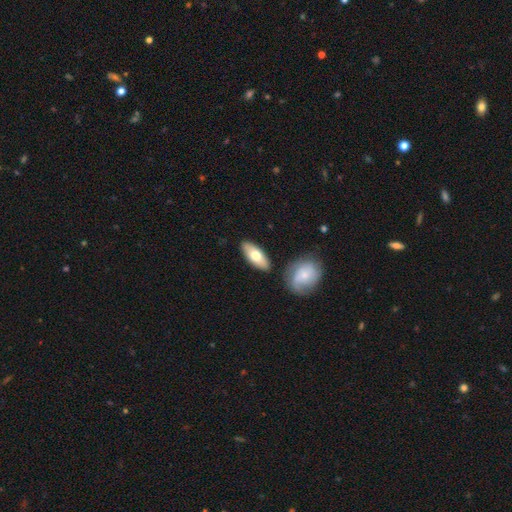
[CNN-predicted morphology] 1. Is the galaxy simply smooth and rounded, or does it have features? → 69% smooth, 26% featured or disk, 5% star or artifact.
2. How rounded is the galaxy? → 81% in between, 17% cigar-shaped, 2% round.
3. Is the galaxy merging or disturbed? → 80% none, 11% minor disturbance, 6% merger, 3% major disturbance.